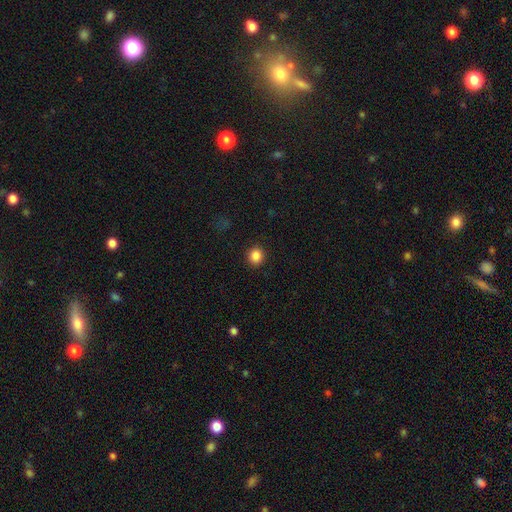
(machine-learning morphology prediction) Smooth or featured? smooth (86%)
How rounded? round (90%)
Merging? none (92%)